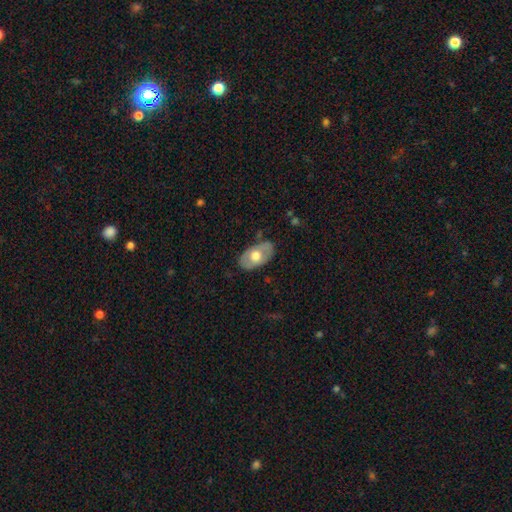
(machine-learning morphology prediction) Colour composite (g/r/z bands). It shows a smooth galaxy with no disk features (53%) that is in between round and cigar-shaped (91%). Merging: none (80%).